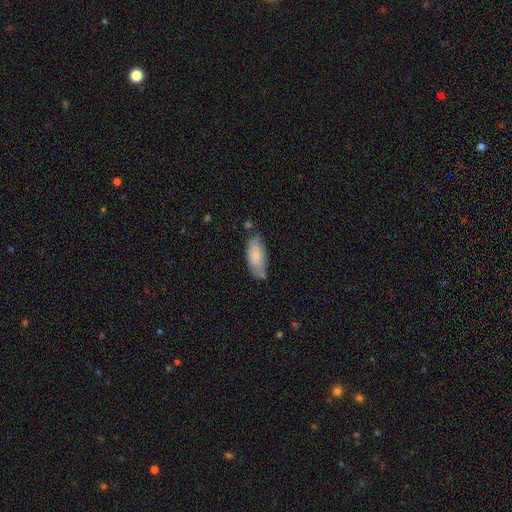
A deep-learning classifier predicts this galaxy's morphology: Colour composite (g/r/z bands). It shows a smooth galaxy with no disk features (76%) that is in between round and cigar-shaped (81%). Merging: none (61%).